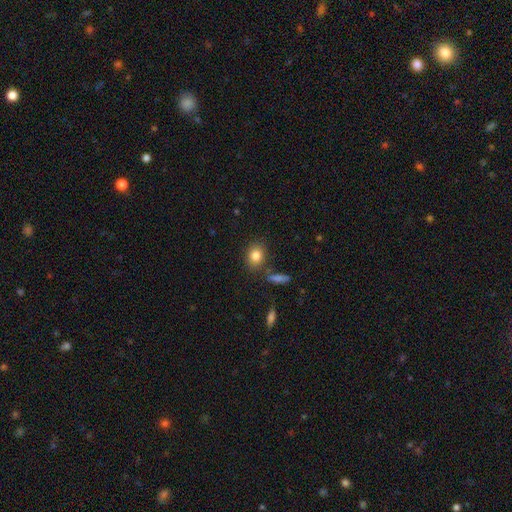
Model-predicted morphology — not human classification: Smooth or featured? smooth (83%)
How rounded? round (53%)
Merging? none (81%)